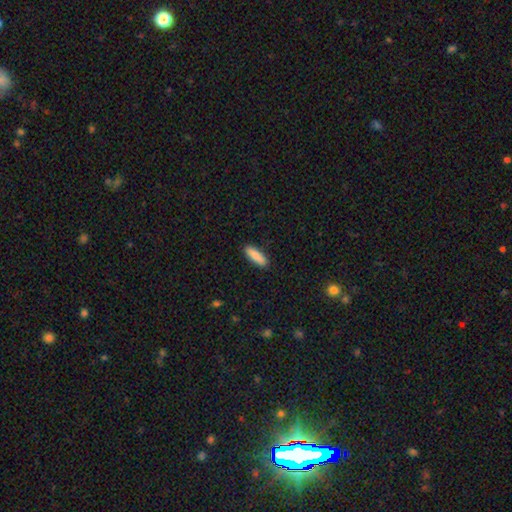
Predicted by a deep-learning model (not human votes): smooth-or-featured: smooth: 85% | featured or disk: 9% | star or artifact: 6%
  how-rounded: cigar-shaped: 50% | in between: 48% | round: 2%
  merging: none: 90% | minor disturbance: 7% | major disturbance: 2% | merger: 1%